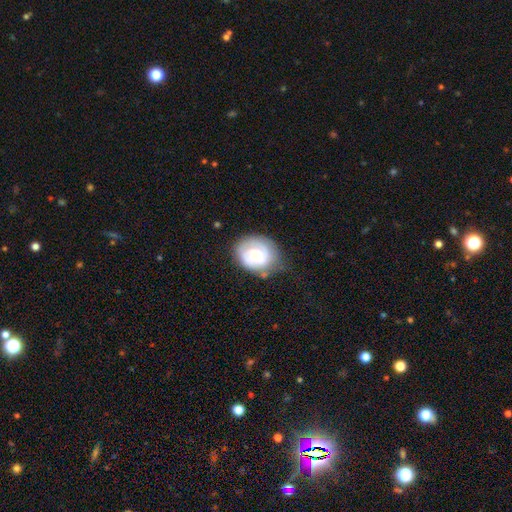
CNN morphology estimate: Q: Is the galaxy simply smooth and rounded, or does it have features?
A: featured or disk — 58%.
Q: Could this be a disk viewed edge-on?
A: no — 98%.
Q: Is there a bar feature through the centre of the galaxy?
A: no — 59%.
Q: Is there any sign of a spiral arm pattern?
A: yes — 85%.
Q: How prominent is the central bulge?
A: moderate — 39%.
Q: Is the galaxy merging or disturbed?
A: none — 66%.